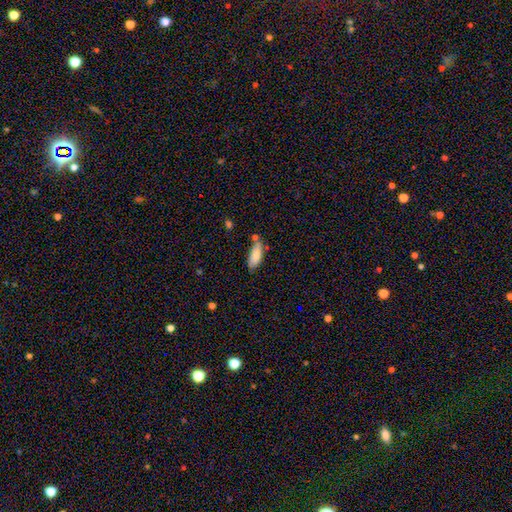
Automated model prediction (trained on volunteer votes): Smooth or featured: smooth — 82% (featured or disk — 12%)
How rounded: in between — 72% (cigar-shaped — 26%)
Merging: none — 60% (minor disturbance — 23%)